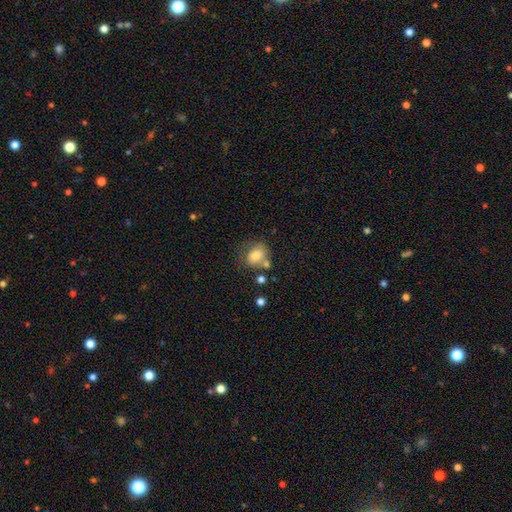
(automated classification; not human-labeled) Morphology: type=smooth (75%); roundness=in between (54%); merging=none (49%).